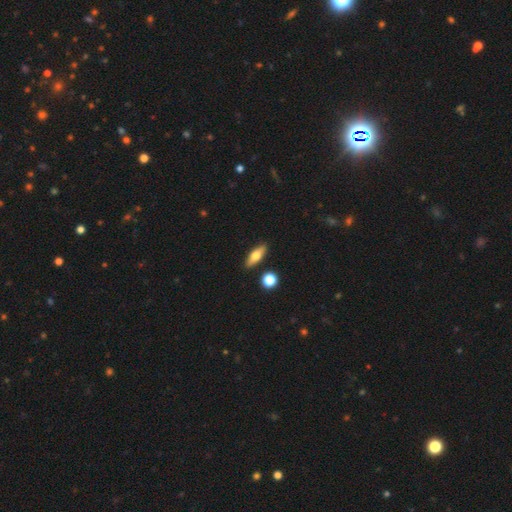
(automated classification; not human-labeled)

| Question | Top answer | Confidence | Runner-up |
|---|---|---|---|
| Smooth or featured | smooth | 60% | featured or disk (32%) |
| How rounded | in between | 55% | cigar-shaped (39%) |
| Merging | none | 87% | minor disturbance (8%) |